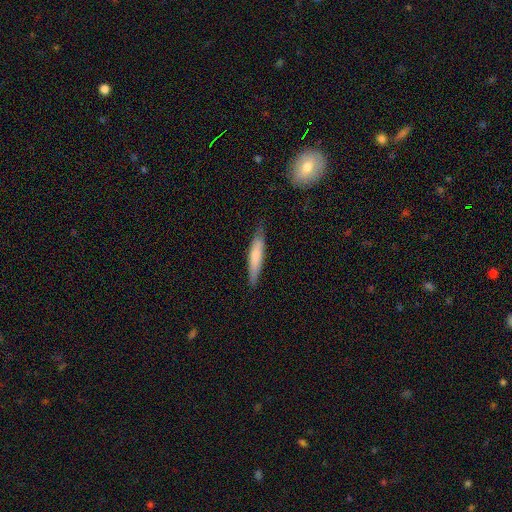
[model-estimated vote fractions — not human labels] A smooth galaxy with no disk features (71%) that is cigar-shaped (88%). Merging: none (81%).